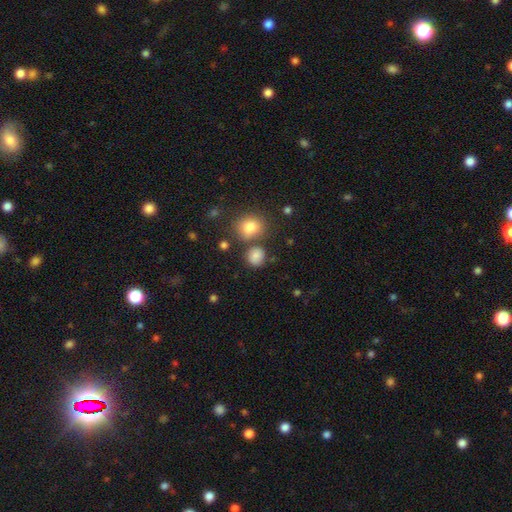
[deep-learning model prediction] Smooth or featured: smooth — 83% (star or artifact — 11%)
How rounded: round — 80% (in between — 19%)
Merging: none — 74% (minor disturbance — 11%)